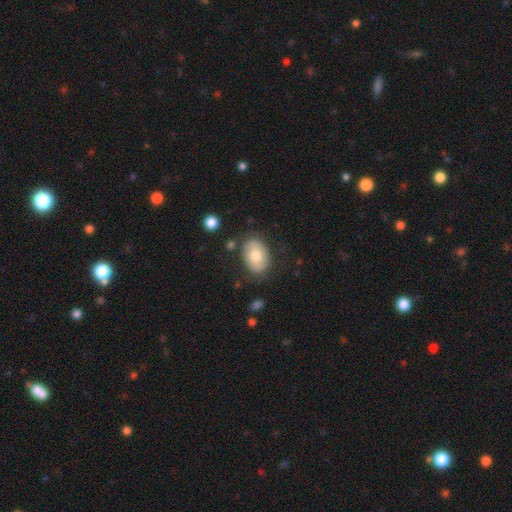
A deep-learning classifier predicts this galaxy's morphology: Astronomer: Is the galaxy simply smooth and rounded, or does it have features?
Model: smooth — 68%.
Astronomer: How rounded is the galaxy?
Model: in between — 77%.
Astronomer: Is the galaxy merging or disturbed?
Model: none — 77%.